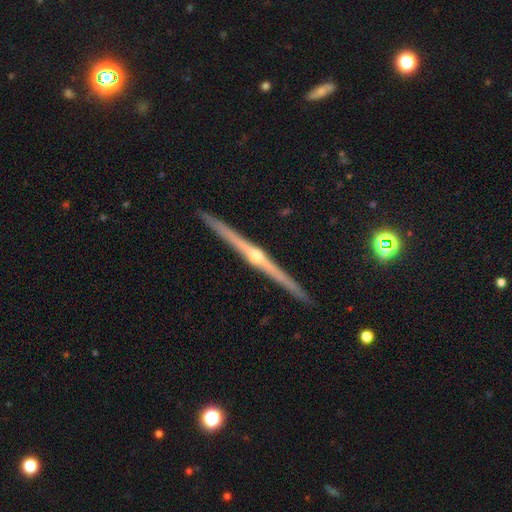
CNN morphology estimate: Q: Smooth or featured?
A: featured or disk (88%); runner-up: smooth (7%)
Q: Edge-on disk?
A: yes (99%); runner-up: no (1%)
Q: Edge-on bulge?
A: rounded (91%); runner-up: none (6%)
Q: Merging?
A: none (93%); runner-up: minor disturbance (5%)